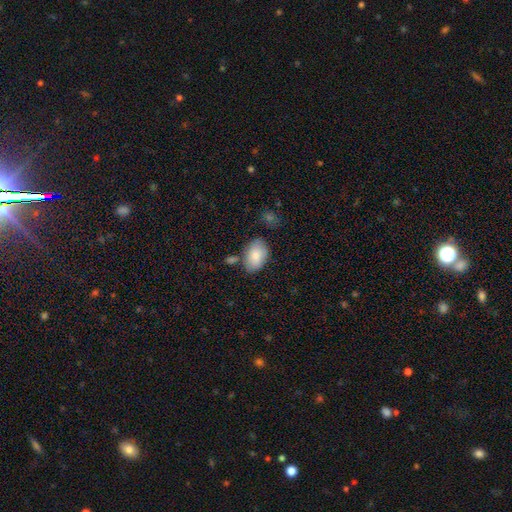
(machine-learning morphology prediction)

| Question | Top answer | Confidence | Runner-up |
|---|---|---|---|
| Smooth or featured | smooth | 83% | featured or disk (11%) |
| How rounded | in between | 90% | round (8%) |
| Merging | none | 68% | minor disturbance (19%) |